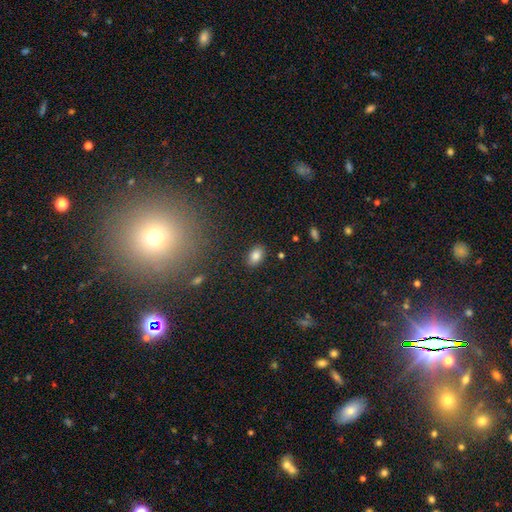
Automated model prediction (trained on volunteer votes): smooth 84%, star or artifact 9%, featured or disk 7%. Down the decision tree: how rounded — in between (87%); merging — none (87%).